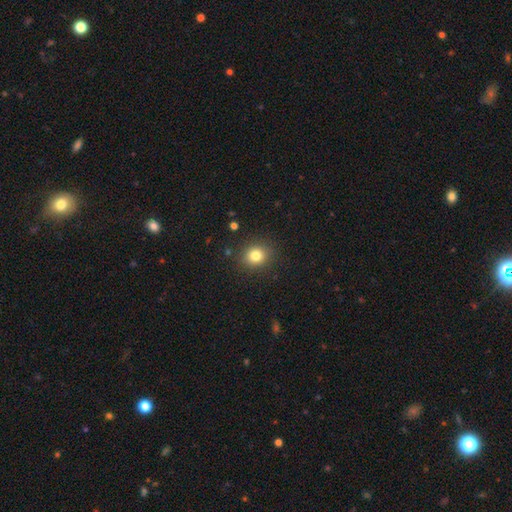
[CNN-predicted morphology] Smooth or featured?
  - smooth: 81% *
  - star or artifact: 12%
  - featured or disk: 7%
How rounded?
  - round: 76% *
  - in between: 23%
  - cigar-shaped: 1%
Merging?
  - none: 88% *
  - minor disturbance: 8%
  - major disturbance: 3%
  - merger: 1%